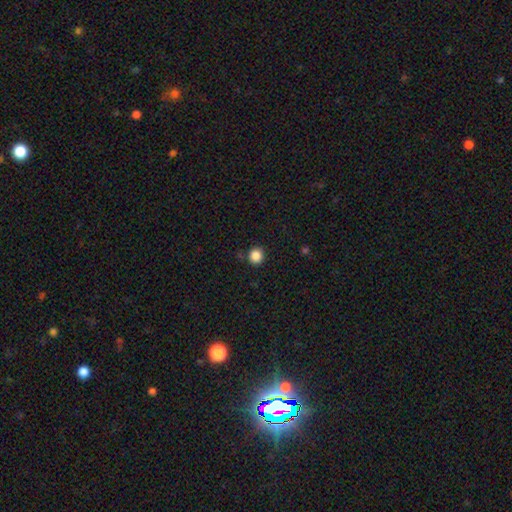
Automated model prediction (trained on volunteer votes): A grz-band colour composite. It shows a smooth galaxy with no disk features (86%) that is round (91%). Merging: none (88%).